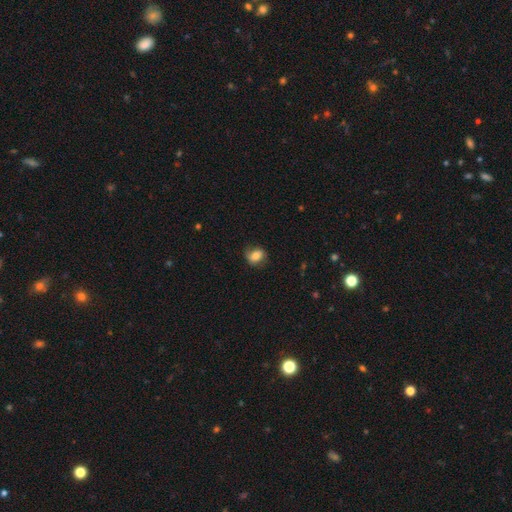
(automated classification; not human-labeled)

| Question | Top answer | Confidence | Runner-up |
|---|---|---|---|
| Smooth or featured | smooth | 71% | featured or disk (20%) |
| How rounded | round | 50% | in between (49%) |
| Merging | none | 68% | minor disturbance (24%) |